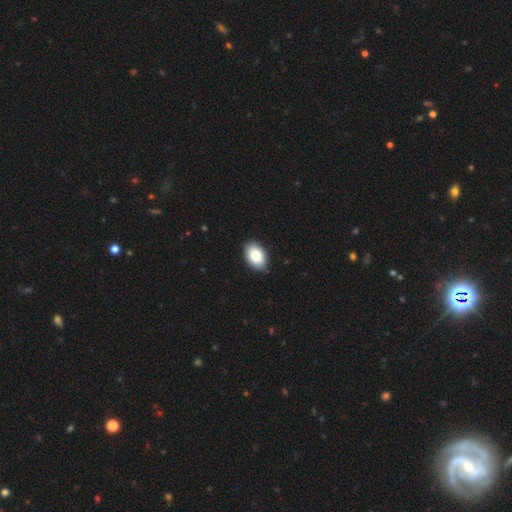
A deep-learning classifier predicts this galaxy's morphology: Smooth or featured? Predicted: smooth (p=0.83). How rounded? Predicted: in between (p=0.90). Merging? Predicted: none (p=0.87).